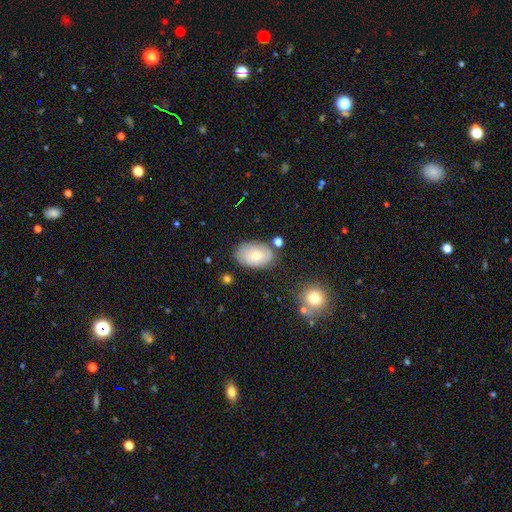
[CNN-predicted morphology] This is possibly a smooth galaxy (60%). How rounded: clearly in between (88%). Merging: likely none (76%).